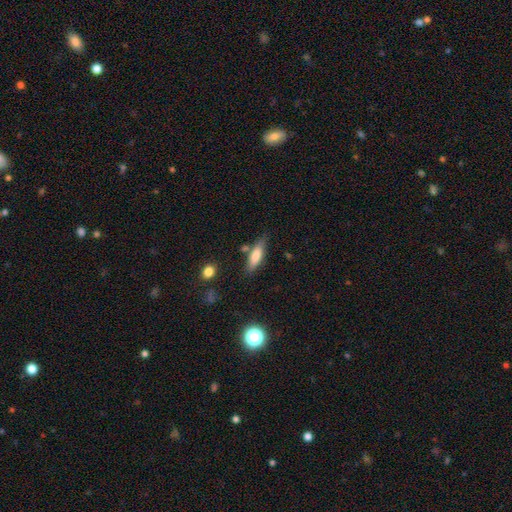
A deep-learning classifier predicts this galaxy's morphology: Smooth or featured: smooth — 73% (featured or disk — 20%)
How rounded: cigar-shaped — 53% (in between — 45%)
Merging: none — 71% (minor disturbance — 17%)